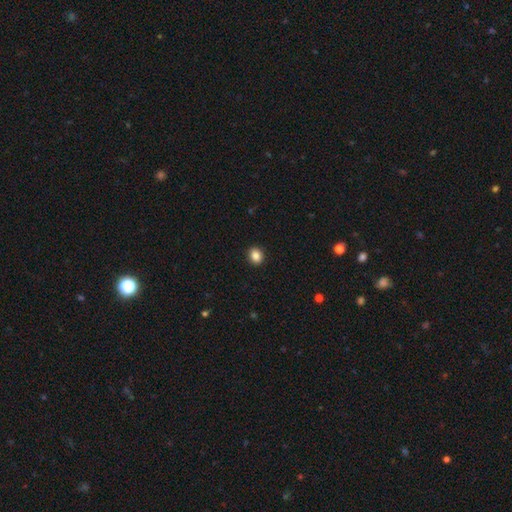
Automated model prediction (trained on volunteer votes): Overall: smooth (86%). How rounded: round (64%; in between 35%). Merging: none (92%).